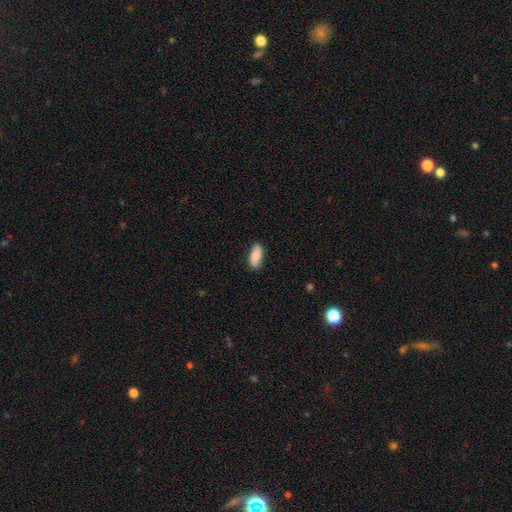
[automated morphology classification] type=smooth (70%); roundness=in between (85%); merging=none (83%).